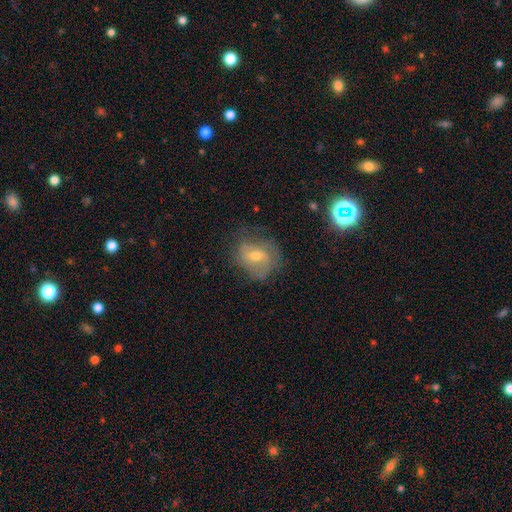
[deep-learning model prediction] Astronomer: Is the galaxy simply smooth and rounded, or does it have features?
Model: featured or disk — 53% (runner-up: smooth, 34%).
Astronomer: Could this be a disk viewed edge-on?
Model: no — 95%.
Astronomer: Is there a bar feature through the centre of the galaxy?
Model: no — 50% (runner-up: weak, 39%).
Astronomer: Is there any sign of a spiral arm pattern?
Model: yes — 72%.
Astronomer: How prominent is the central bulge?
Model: moderate — 58% (runner-up: small, 37%).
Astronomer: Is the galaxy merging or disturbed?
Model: none — 60%.